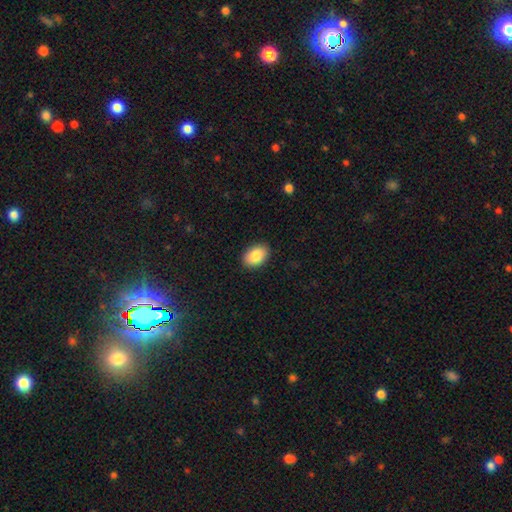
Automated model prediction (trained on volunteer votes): Overall: smooth (87%). How rounded: in between (86%). Merging: none (89%).